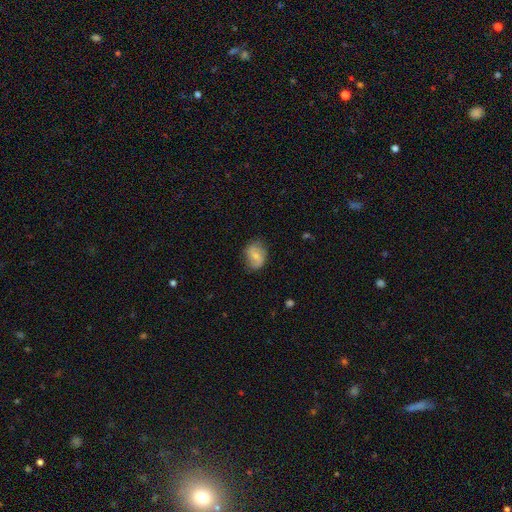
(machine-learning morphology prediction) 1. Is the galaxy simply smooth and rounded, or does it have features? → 58% smooth, 35% featured or disk, 7% star or artifact.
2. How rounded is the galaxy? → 70% in between, 29% round, 2% cigar-shaped.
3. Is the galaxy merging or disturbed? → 71% none, 22% minor disturbance, 6% major disturbance, 1% merger.